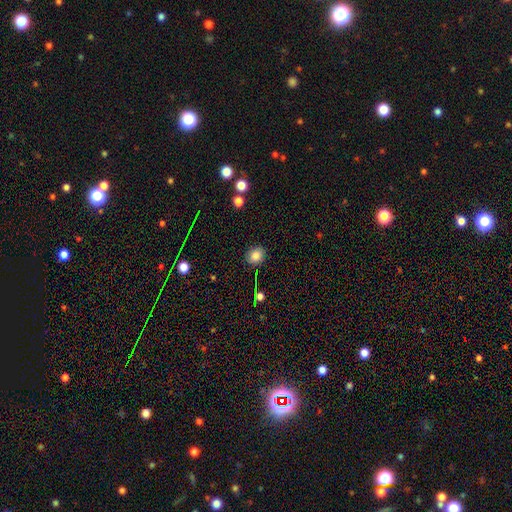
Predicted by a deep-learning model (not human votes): Smooth or featured?
  - smooth: 82% *
  - star or artifact: 12%
  - featured or disk: 6%
How rounded?
  - round: 69% *
  - in between: 30%
  - cigar-shaped: 1%
Merging?
  - none: 88% *
  - minor disturbance: 9%
  - major disturbance: 2%
  - merger: 2%